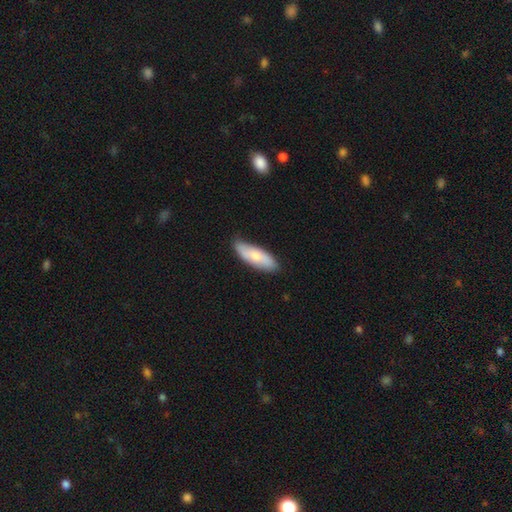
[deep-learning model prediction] Smooth or featured: smooth — 67% (featured or disk — 27%)
How rounded: in between — 66% (cigar-shaped — 31%)
Merging: none — 78% (minor disturbance — 18%)